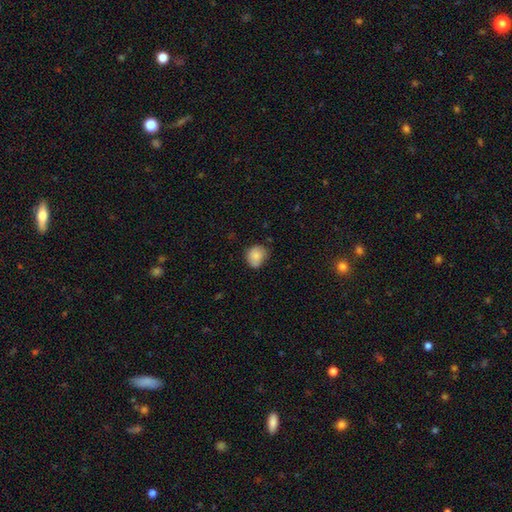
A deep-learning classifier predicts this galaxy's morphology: Smooth or featured: smooth — 81% (featured or disk — 10%)
How rounded: round — 65% (in between — 34%)
Merging: none — 57% (minor disturbance — 32%)